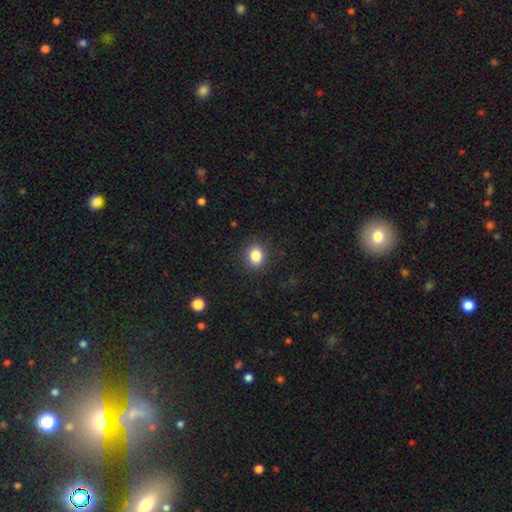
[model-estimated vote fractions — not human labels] Smooth or featured?
  - smooth: 85% *
  - star or artifact: 10%
  - featured or disk: 5%
How rounded?
  - round: 65% *
  - in between: 34%
  - cigar-shaped: 1%
Merging?
  - none: 88% *
  - minor disturbance: 8%
  - major disturbance: 3%
  - merger: 1%